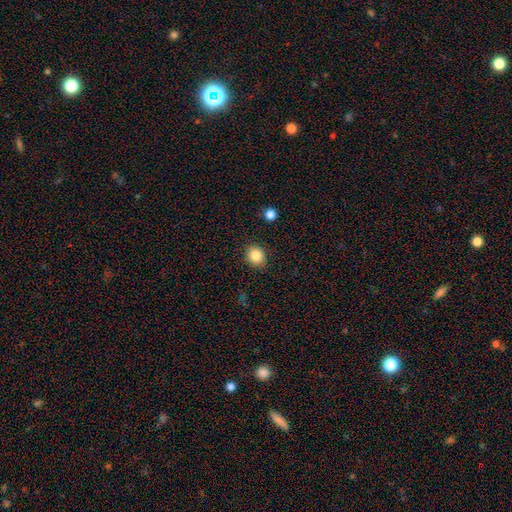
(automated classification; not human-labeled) Smooth or featured? Predicted: smooth (p=0.84). How rounded? Predicted: round (p=0.80). Merging? Predicted: none (p=0.90).